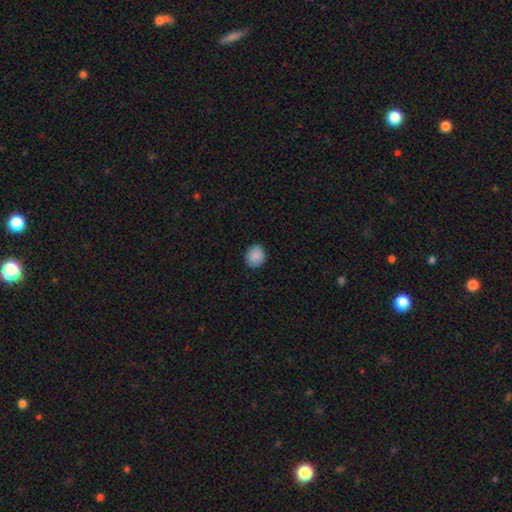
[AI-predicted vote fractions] Overall: smooth (89%). How rounded: round (72%). Merging: none (89%).